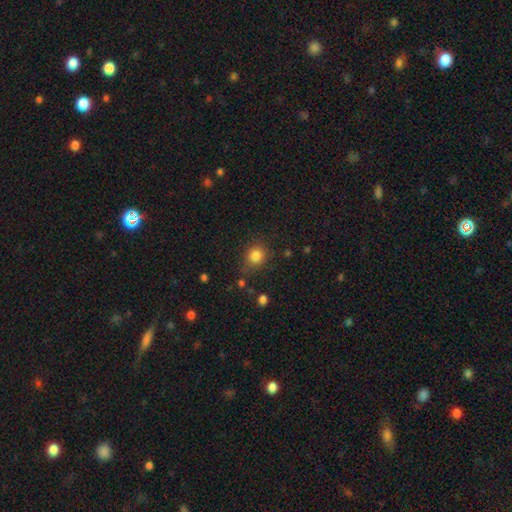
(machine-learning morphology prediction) Q: Smooth or featured?
A: smooth (83%); runner-up: star or artifact (12%)
Q: How rounded?
A: round (80%); runner-up: in between (19%)
Q: Merging?
A: none (78%); runner-up: minor disturbance (14%)